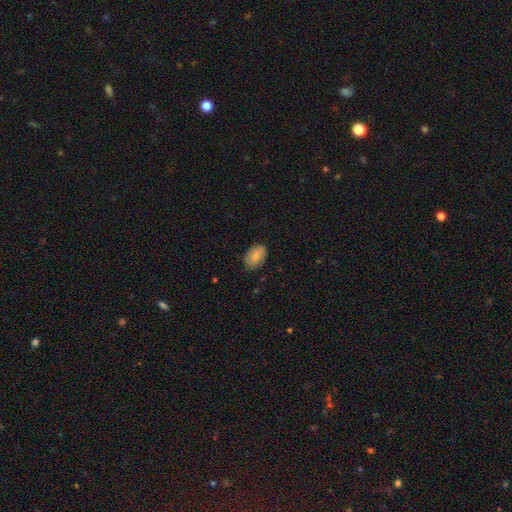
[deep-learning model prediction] Smooth or featured? Predicted: smooth (p=0.76). How rounded? Predicted: in between (p=0.88). Merging? Predicted: none (p=0.81).